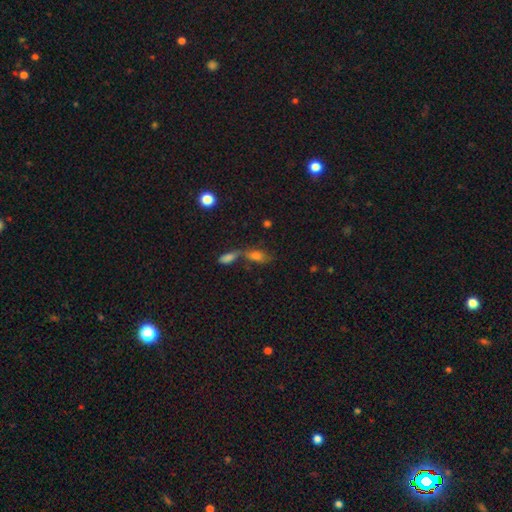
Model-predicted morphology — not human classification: Smooth or featured? smooth (56%)
How rounded? in between (74%)
Merging? merger (52%)